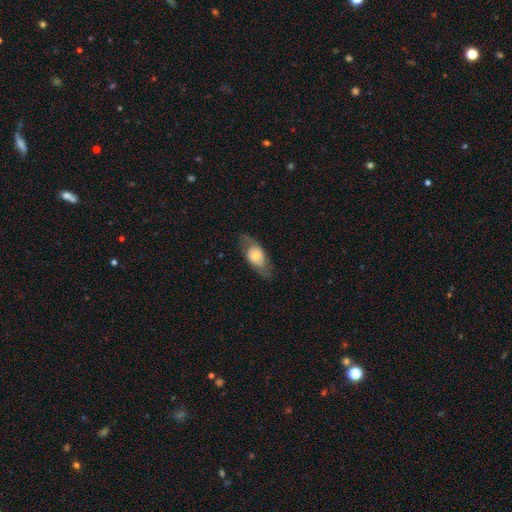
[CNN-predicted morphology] The model was most divided on "smooth or featured": smooth: 53%, featured or disk: 40%, star or artifact: 7%. More confident: how rounded — in between (80%); merging — none (70%).